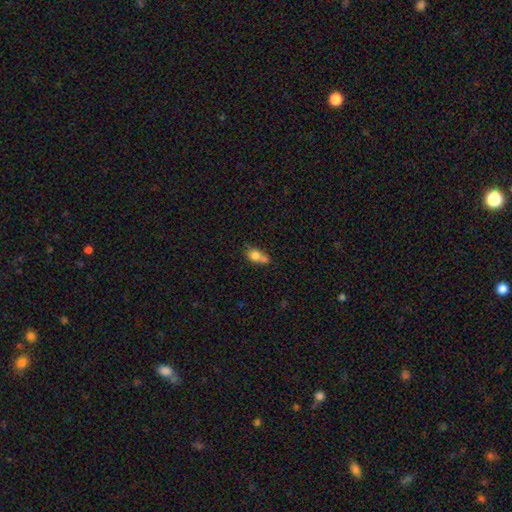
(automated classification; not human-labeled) Overall: smooth (74%). How rounded: in between (56%; round 39%). Merging: merger (48%; none 29%).